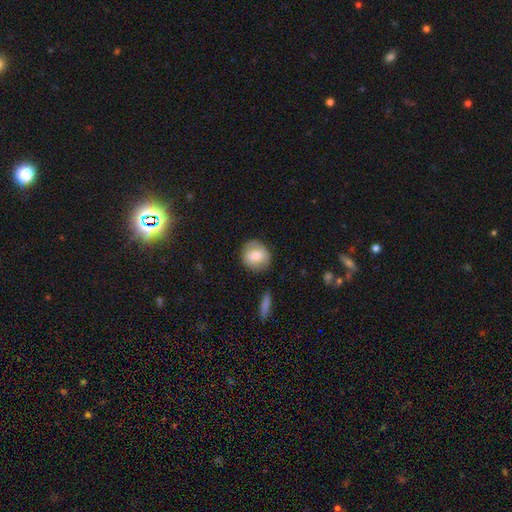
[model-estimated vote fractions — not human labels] smooth_or_featured: smooth (p=0.75) [alt: featured or disk p=0.18]
how_rounded: round (p=0.84) [alt: in between p=0.15]
merging: none (p=0.82) [alt: minor disturbance p=0.12]